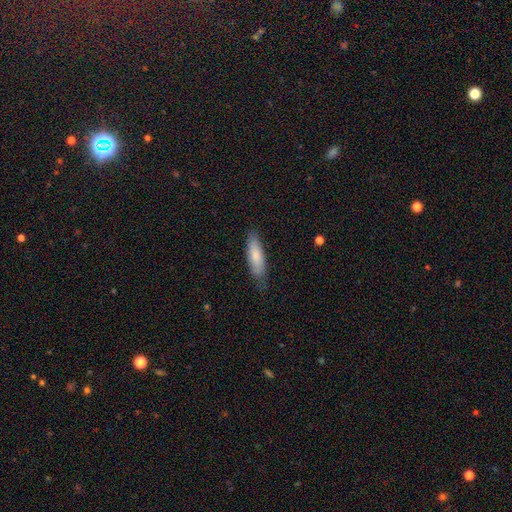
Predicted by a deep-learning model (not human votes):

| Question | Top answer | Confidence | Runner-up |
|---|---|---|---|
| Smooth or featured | smooth | 79% | featured or disk (16%) |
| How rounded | cigar-shaped | 50% | in between (49%) |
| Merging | none | 73% | minor disturbance (21%) |